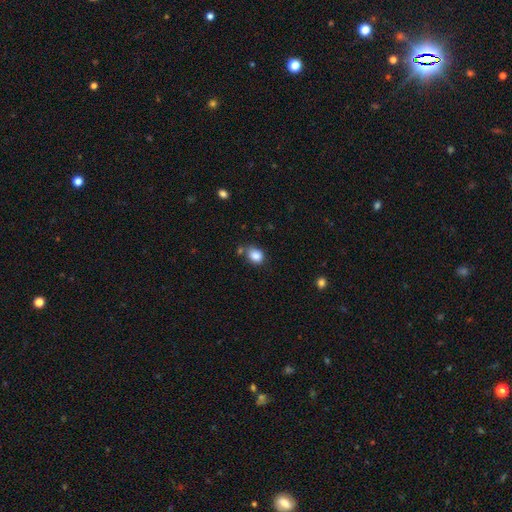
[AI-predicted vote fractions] smooth-or-featured: smooth: 86% | star or artifact: 10% | featured or disk: 5%
  how-rounded: round: 55% | in between: 44% | cigar-shaped: 1%
  merging: none: 66% | minor disturbance: 18% | merger: 11% | major disturbance: 5%